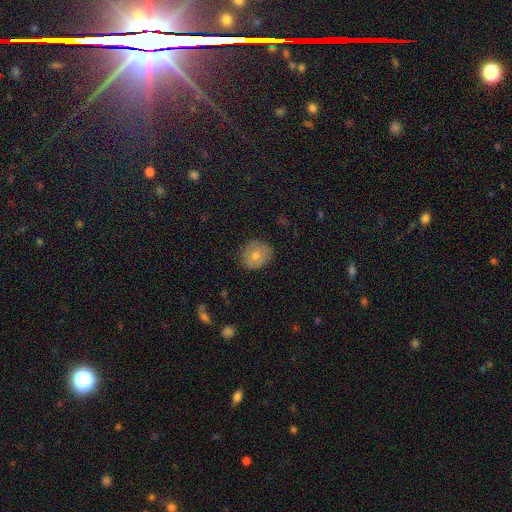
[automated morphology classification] Smooth or featured? Predicted: smooth (p=0.70). How rounded? Predicted: round (p=0.80). Merging? Predicted: none (p=0.79).